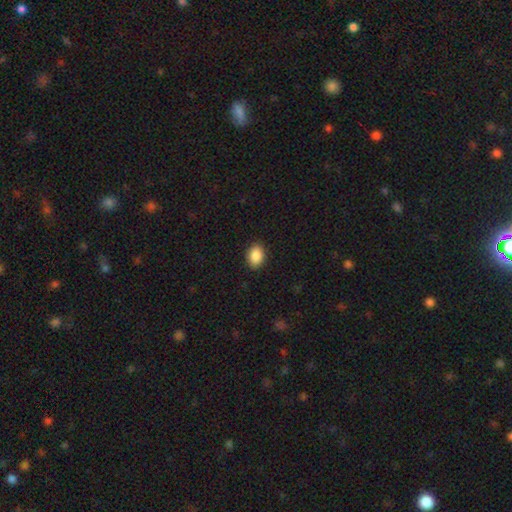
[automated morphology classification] smooth 89%, star or artifact 8%, featured or disk 3%. Down the decision tree: how rounded — in between (78%); merging — none (89%).